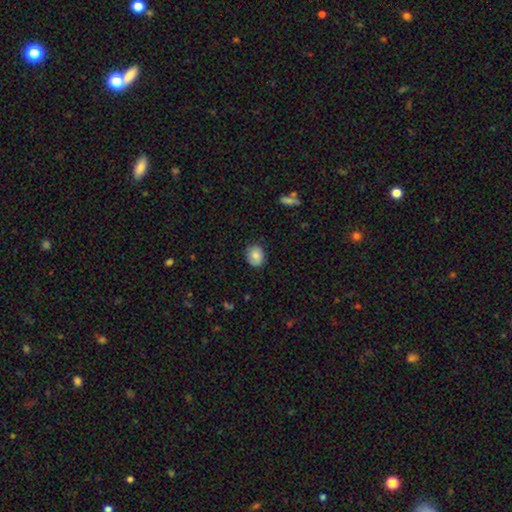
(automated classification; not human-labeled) Smooth or featured? Predicted: smooth (p=0.83). How rounded? Predicted: round (p=0.63). Merging? Predicted: none (p=0.83).